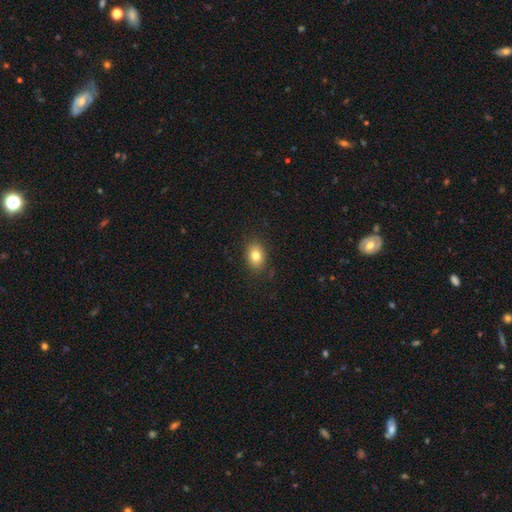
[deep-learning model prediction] Smooth or featured? Predicted: smooth (p=0.80). How rounded? Predicted: in between (p=0.73). Merging? Predicted: none (p=0.86).